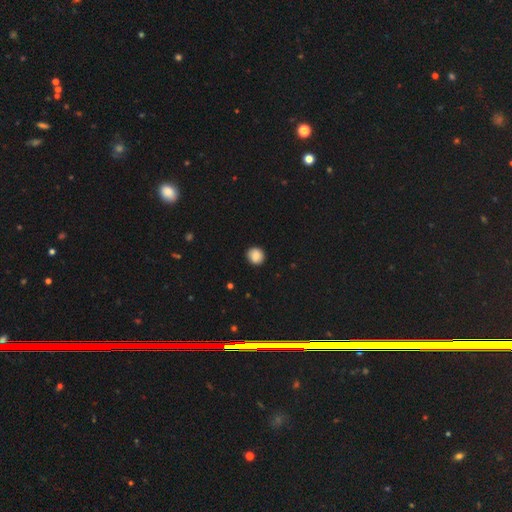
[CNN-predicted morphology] A smooth galaxy with no disk features (86%) that is round (86%).

Vote fractions:
- Smooth or featured? smooth: 86% / star or artifact: 8% / featured or disk: 6%
- How rounded? round: 86% / in between: 13% / cigar-shaped: 1%
- Merging? none: 89% / minor disturbance: 8% / major disturbance: 2% / merger: 1%